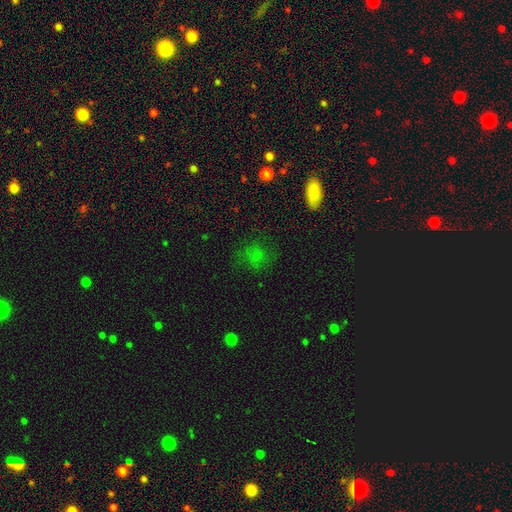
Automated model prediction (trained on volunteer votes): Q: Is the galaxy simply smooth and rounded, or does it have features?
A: smooth — 62%.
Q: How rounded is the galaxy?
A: round — 73%.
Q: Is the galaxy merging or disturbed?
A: none — 68%.